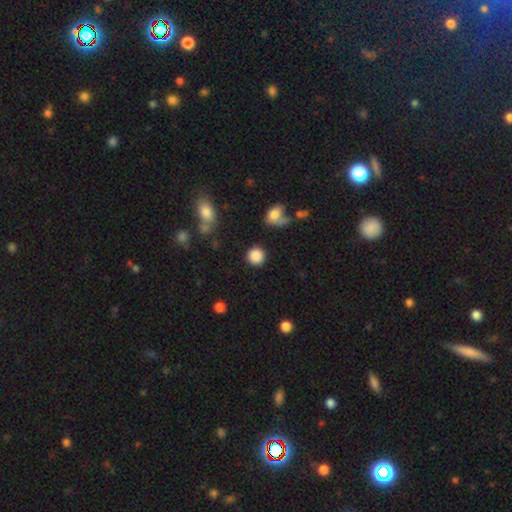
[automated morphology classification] This appears to be a smooth galaxy with no disk features (86%) that is round (92%). Merging: none (86%).